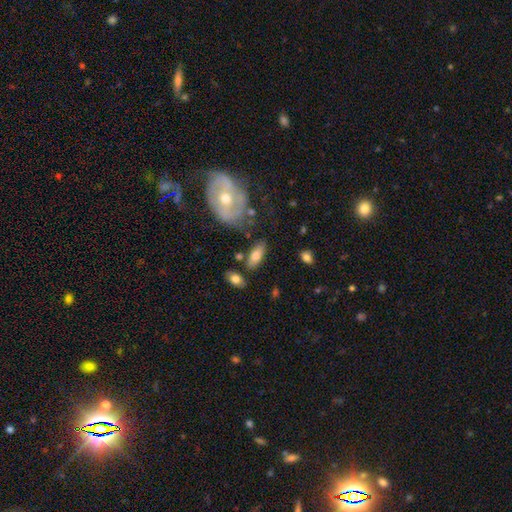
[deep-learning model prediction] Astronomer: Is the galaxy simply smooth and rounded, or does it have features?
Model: smooth — 73%.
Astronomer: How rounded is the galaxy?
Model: in between — 81%.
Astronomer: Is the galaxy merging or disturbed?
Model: none — 70%.